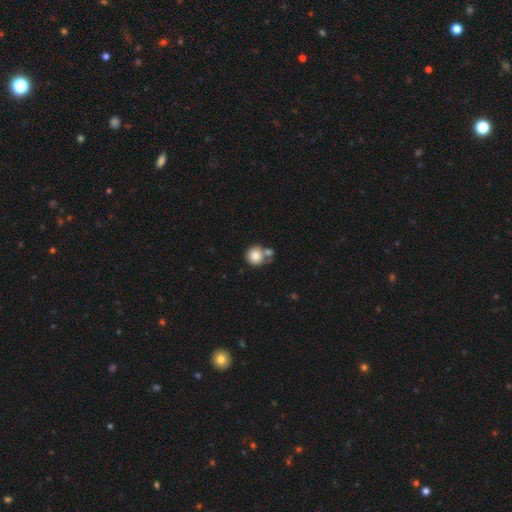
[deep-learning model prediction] Morphology: type=smooth (83%); roundness=round (89%); merging=none (50%).